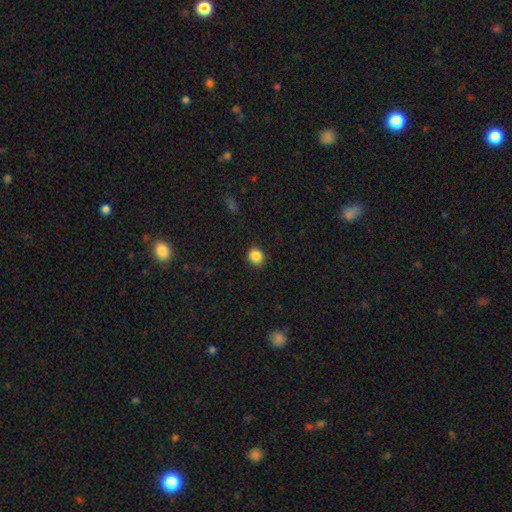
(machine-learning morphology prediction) smooth_or_featured: smooth (p=0.87) [alt: star or artifact p=0.10]
how_rounded: round (p=0.76) [alt: in between p=0.23]
merging: none (p=0.89) [alt: minor disturbance p=0.08]